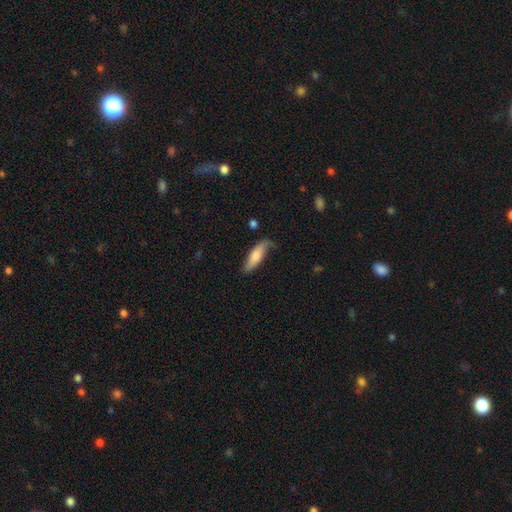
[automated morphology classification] smooth-or-featured: smooth: 66% | featured or disk: 28% | star or artifact: 6%
  how-rounded: cigar-shaped: 55% | in between: 43% | round: 2%
  merging: none: 66% | minor disturbance: 26% | major disturbance: 5% | merger: 2%